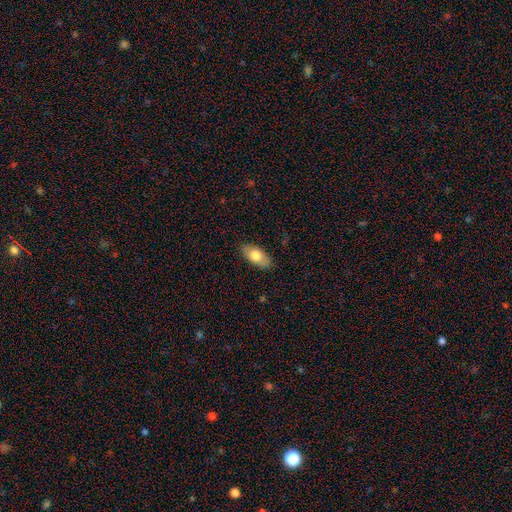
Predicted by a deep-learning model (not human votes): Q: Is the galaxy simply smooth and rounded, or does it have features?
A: smooth — 74%.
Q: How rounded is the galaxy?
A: in between — 91%.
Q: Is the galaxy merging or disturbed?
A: none — 86%.